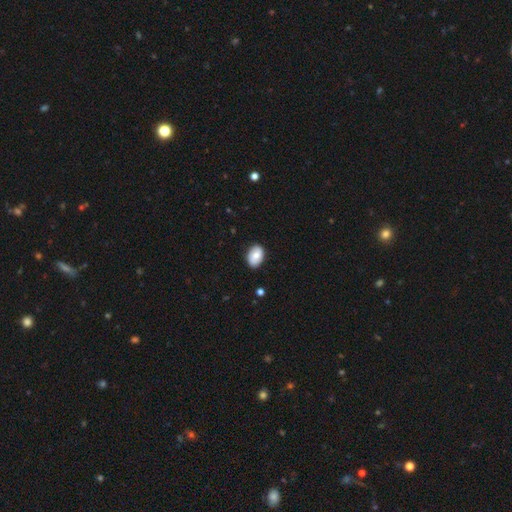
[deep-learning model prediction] The model was most divided on "smooth or featured": smooth: 74%, featured or disk: 19%, star or artifact: 7%. More confident: merging — none (86%); how rounded — in between (84%).